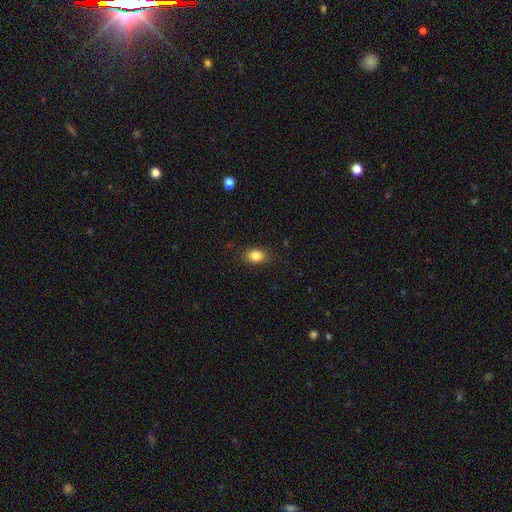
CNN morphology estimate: Smooth or featured? smooth (85%)
How rounded? in between (76%)
Merging? none (86%)